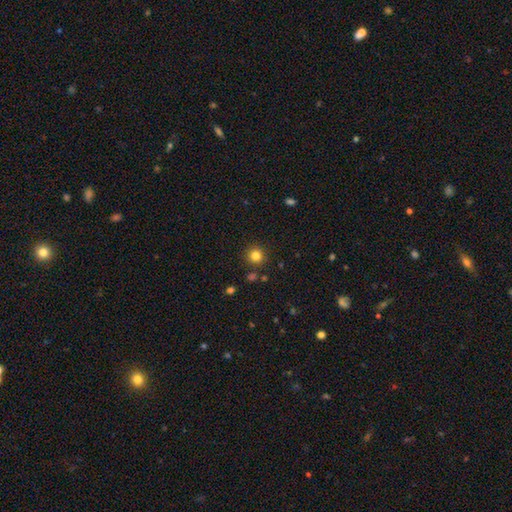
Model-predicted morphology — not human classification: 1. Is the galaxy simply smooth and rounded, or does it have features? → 82% smooth, 13% star or artifact, 5% featured or disk.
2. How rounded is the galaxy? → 93% round, 6% in between, 1% cigar-shaped.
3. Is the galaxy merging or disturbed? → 88% none, 6% minor disturbance, 3% merger, 2% major disturbance.